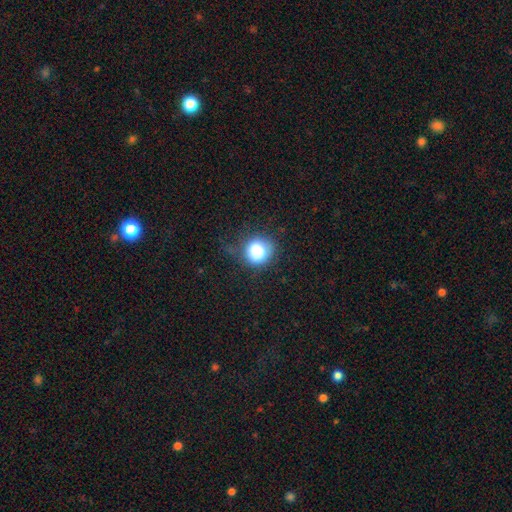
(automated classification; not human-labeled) The model was most divided on "merging": none: 67%, minor disturbance: 22%, major disturbance: 9%, merger: 2%. More confident: how rounded — round (89%); smooth or featured — smooth (82%).